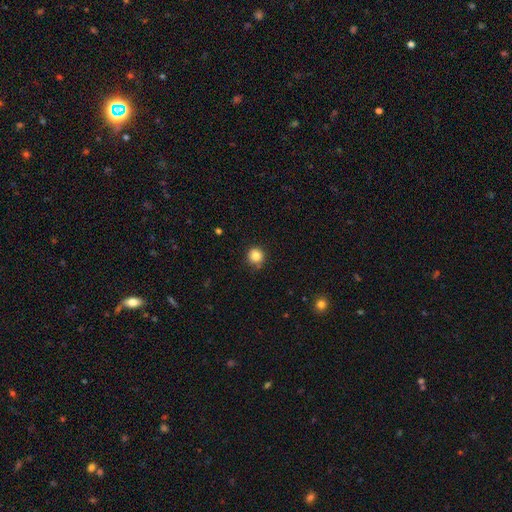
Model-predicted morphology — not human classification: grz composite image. It shows a smooth galaxy with no disk features (84%) that is round (92%). Merging: none (83%).